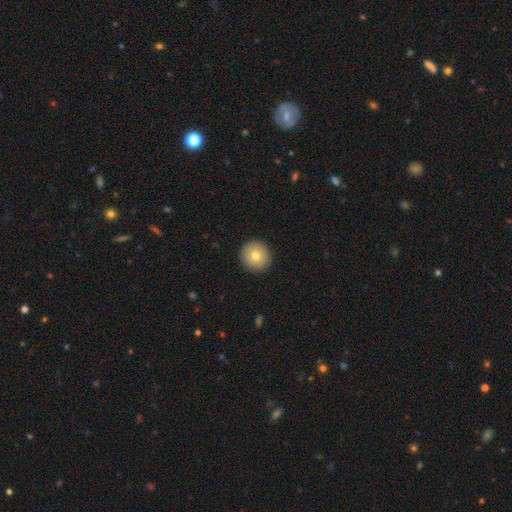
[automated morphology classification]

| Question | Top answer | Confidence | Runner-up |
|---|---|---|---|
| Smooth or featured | smooth | 76% | featured or disk (15%) |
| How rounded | round | 95% | in between (4%) |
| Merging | none | 92% | minor disturbance (5%) |